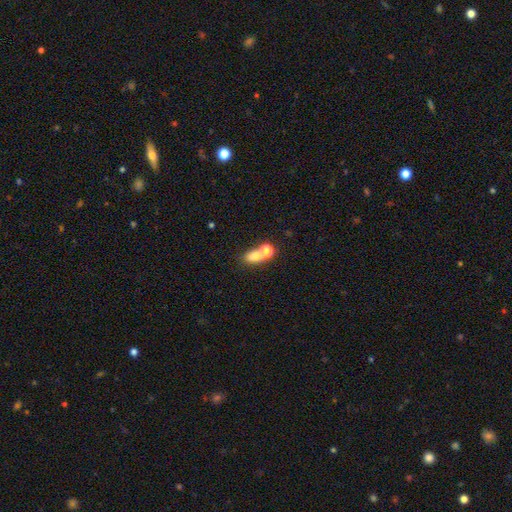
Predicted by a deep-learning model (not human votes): Overall: smooth (71%). How rounded: in between (56%; round 41%). Merging: merger (48%; none 38%).